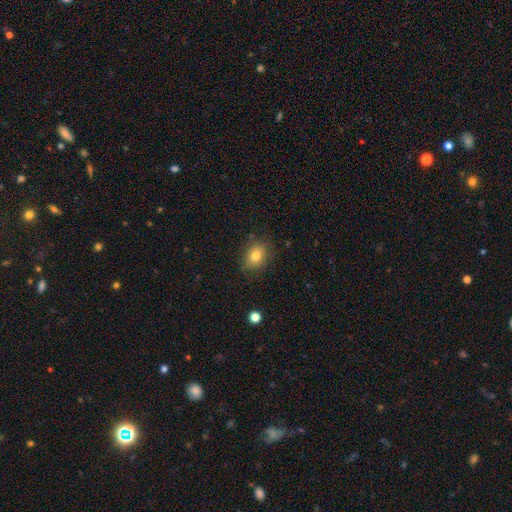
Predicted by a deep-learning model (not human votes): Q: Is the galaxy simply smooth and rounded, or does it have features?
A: smooth — 78%.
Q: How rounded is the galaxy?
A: in between — 55%.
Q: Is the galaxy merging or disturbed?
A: none — 82%.